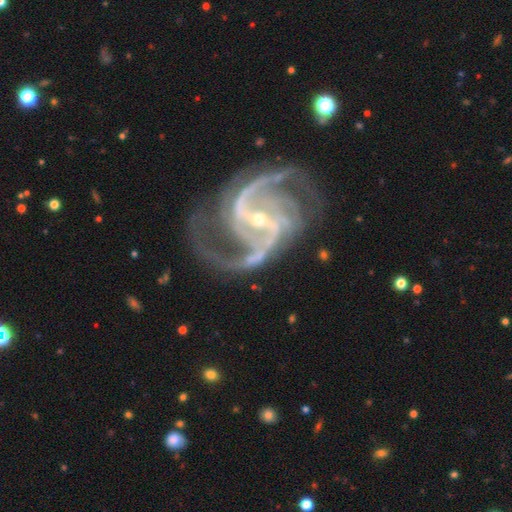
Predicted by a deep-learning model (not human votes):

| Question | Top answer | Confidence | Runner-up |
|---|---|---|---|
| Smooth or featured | featured or disk | 93% | star or artifact (5%) |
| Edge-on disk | no | 98% | yes (2%) |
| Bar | strong | 61% | weak (27%) |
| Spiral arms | yes | 98% | no (2%) |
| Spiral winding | medium | 53% | loose (25%) |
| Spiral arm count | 2 | 48% | 3 (23%) |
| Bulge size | small | 75% | moderate (22%) |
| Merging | none | 56% | major disturbance (23%) |